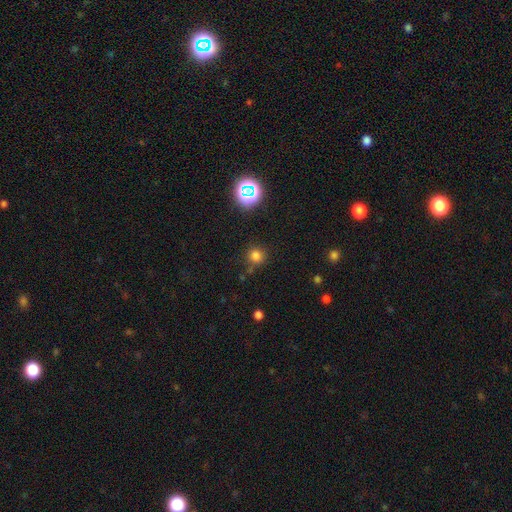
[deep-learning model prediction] smooth 74%, star or artifact 21%, featured or disk 5%. Down the decision tree: how rounded — round (93%); merging — none (80%).